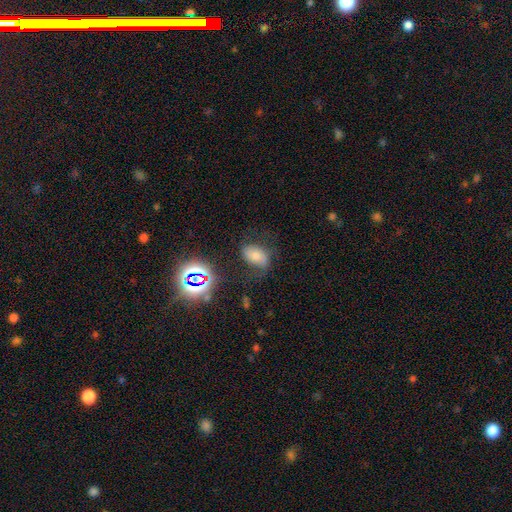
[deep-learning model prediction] A smooth galaxy with no disk features (59%) that is in between round and cigar-shaped (88%).

Vote fractions:
- Smooth or featured? smooth: 59% / featured or disk: 22% / star or artifact: 19%
- How rounded? in between: 88% / round: 11% / cigar-shaped: 2%
- Merging? none: 64% / minor disturbance: 22% / major disturbance: 12% / merger: 3%